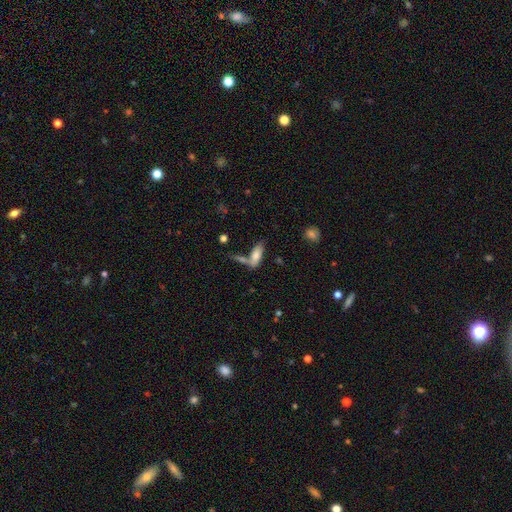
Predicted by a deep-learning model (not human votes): Smooth or featured?
  - smooth: 75% *
  - featured or disk: 17%
  - star or artifact: 8%
How rounded?
  - in between: 67% *
  - cigar-shaped: 30%
  - round: 2%
Merging?
  - none: 44% *
  - merger: 34%
  - minor disturbance: 15%
  - major disturbance: 7%